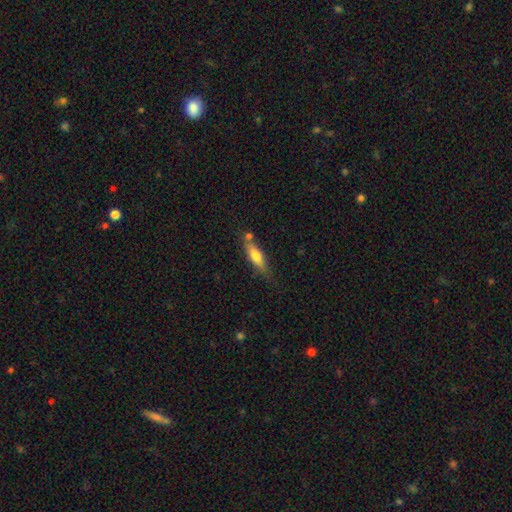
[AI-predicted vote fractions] Smooth or featured?
  - smooth: 67% *
  - featured or disk: 27%
  - star or artifact: 6%
How rounded?
  - cigar-shaped: 55% *
  - in between: 42%
  - round: 2%
Merging?
  - none: 63% *
  - minor disturbance: 20%
  - merger: 12%
  - major disturbance: 5%